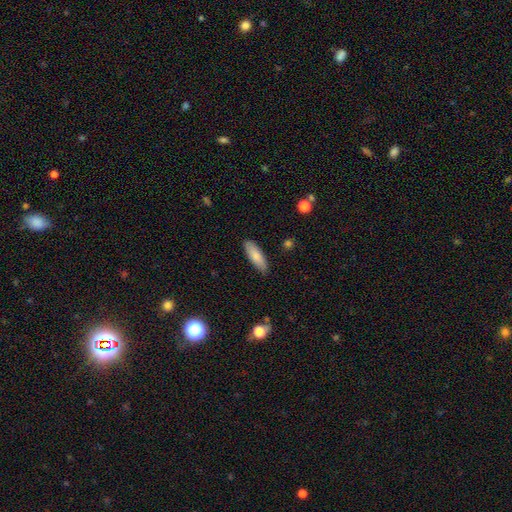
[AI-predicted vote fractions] smooth-or-featured: smooth: 83% | featured or disk: 11% | star or artifact: 6%
  how-rounded: in between: 58% | cigar-shaped: 40% | round: 2%
  merging: none: 87% | minor disturbance: 10% | major disturbance: 2% | merger: 1%